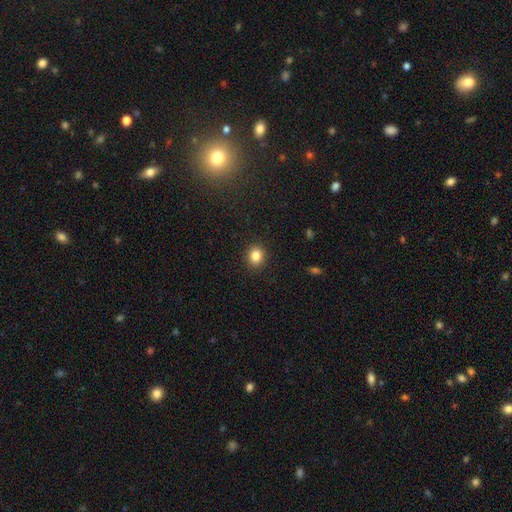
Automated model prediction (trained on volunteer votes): Smooth or featured?
  - smooth: 84% *
  - star or artifact: 11%
  - featured or disk: 5%
How rounded?
  - round: 71% *
  - in between: 29%
  - cigar-shaped: 1%
Merging?
  - none: 90% *
  - minor disturbance: 7%
  - major disturbance: 2%
  - merger: 1%